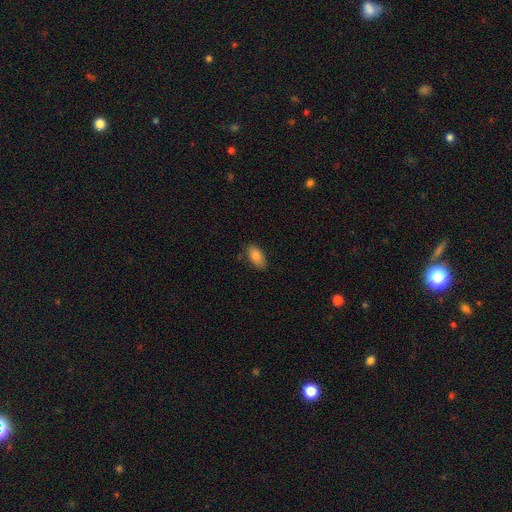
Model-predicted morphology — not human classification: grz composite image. It shows a smooth galaxy with no disk features (84%) that is in between round and cigar-shaped (92%). Merging: none (79%).